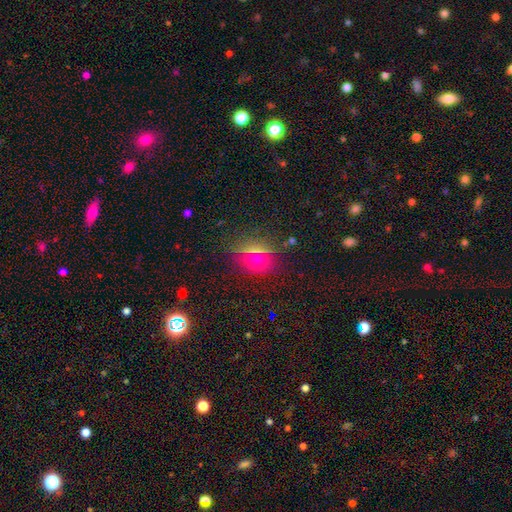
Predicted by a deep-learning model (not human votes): smooth-or-featured: smooth: 59% | star or artifact: 31% | featured or disk: 10%
  how-rounded: round: 67% | in between: 29% | cigar-shaped: 4%
  merging: none: 80% | minor disturbance: 11% | major disturbance: 5% | merger: 4%